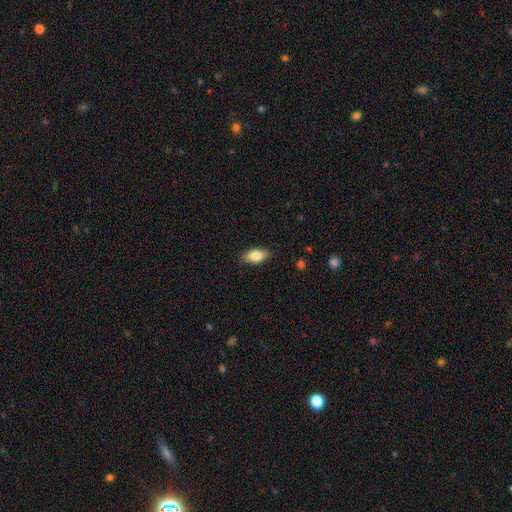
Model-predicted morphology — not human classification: Overall: smooth (80%). How rounded: in between (88%). Merging: none (85%).